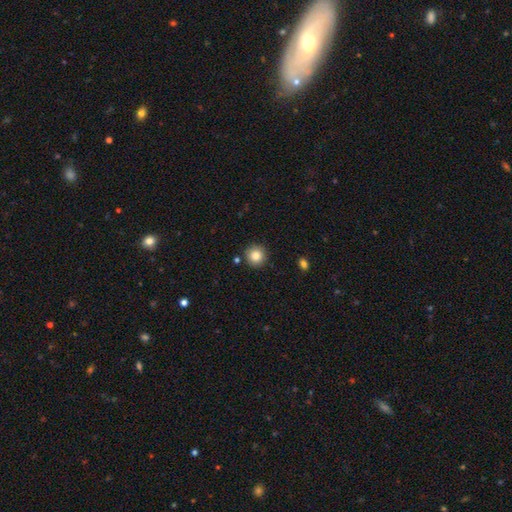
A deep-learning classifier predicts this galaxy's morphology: This is clearly a smooth galaxy (84%). How rounded: clearly round (95%). Merging: clearly none (89%).